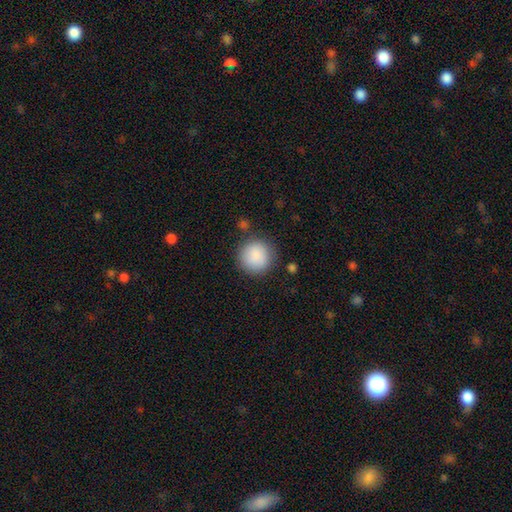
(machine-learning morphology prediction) A smooth galaxy with no disk features (89%) that is round (94%).

Vote fractions:
- Smooth or featured? smooth: 89% / star or artifact: 7% / featured or disk: 4%
- How rounded? round: 94% / in between: 5% / cigar-shaped: 1%
- Merging? none: 83% / minor disturbance: 10% / major disturbance: 4% / merger: 3%